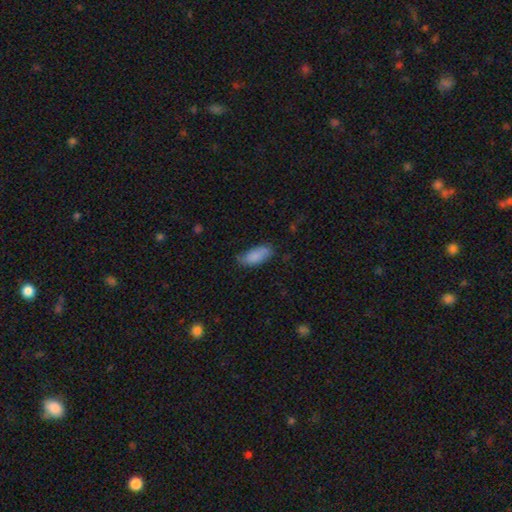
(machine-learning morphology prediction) A smooth galaxy with no disk features (86%) that is in between round and cigar-shaped (87%).

Vote fractions:
- Smooth or featured? smooth: 86% / featured or disk: 7% / star or artifact: 7%
- How rounded? in between: 87% / cigar-shaped: 11% / round: 2%
- Merging? none: 69% / minor disturbance: 24% / major disturbance: 5% / merger: 2%